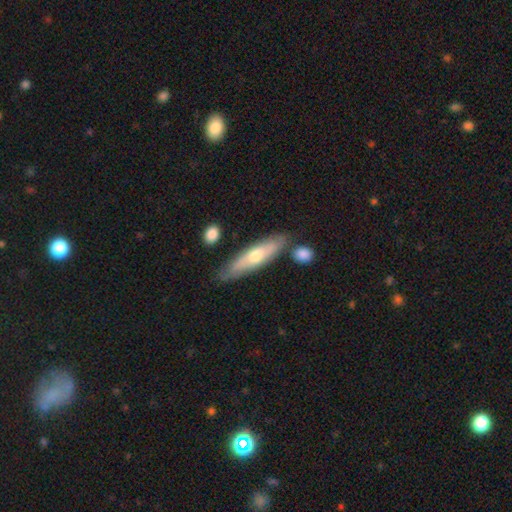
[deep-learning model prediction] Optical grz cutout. It shows a featured or disk galaxy (48%). Merging: none (76%).